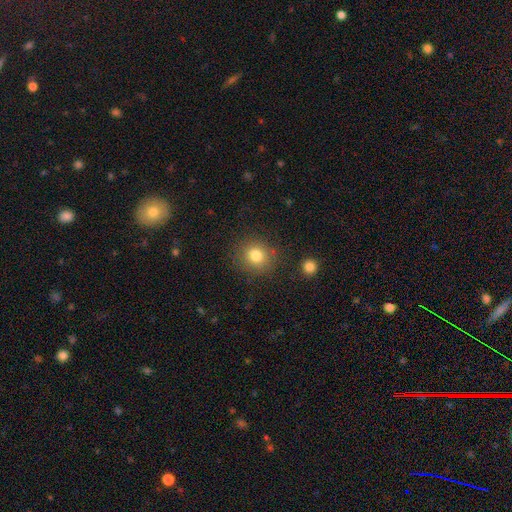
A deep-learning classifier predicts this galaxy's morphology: A smooth galaxy with no disk features (81%) that is round (83%). Merging: none (83%).